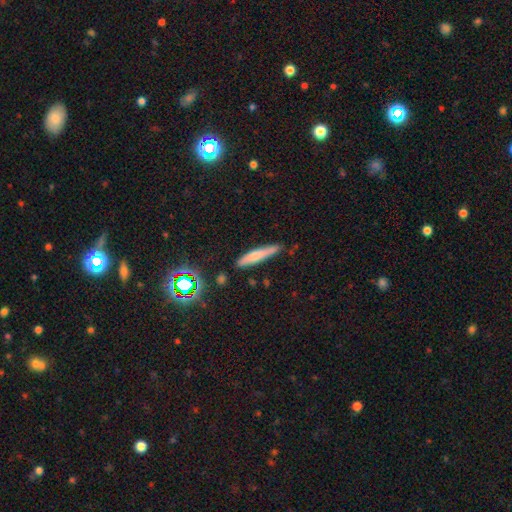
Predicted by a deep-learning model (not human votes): A smooth galaxy with no disk features (66%) that is cigar-shaped (89%).

Vote fractions:
- Smooth or featured? smooth: 66% / featured or disk: 24% / star or artifact: 10%
- How rounded? cigar-shaped: 89% / in between: 9% / round: 2%
- Merging? none: 78% / minor disturbance: 16% / merger: 3% / major disturbance: 3%